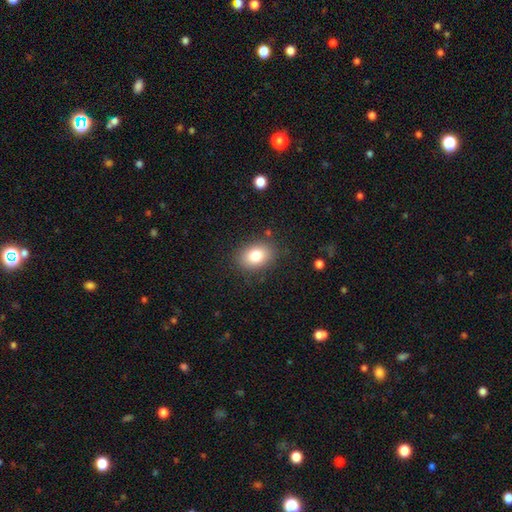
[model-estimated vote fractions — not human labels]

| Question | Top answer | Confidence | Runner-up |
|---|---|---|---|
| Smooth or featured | smooth | 79% | featured or disk (11%) |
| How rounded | in between | 71% | round (28%) |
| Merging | none | 85% | minor disturbance (10%) |